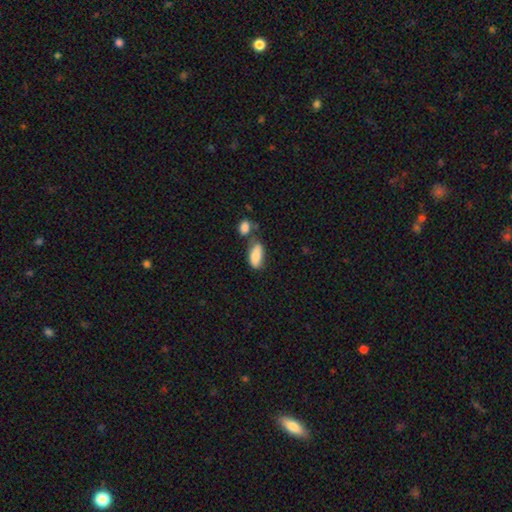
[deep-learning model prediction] Morphology: type=smooth (85%); roundness=in between (87%); merging=none (48%).